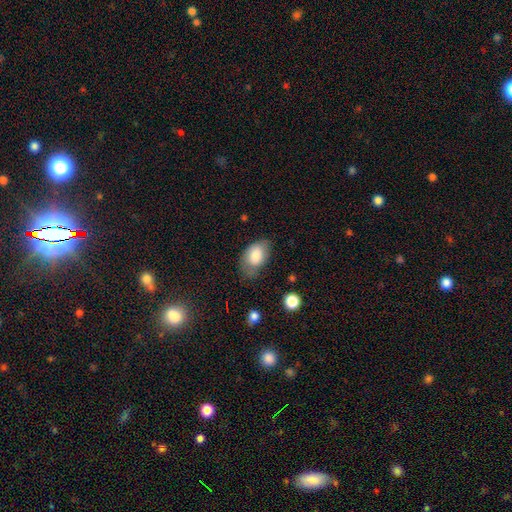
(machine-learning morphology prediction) Smooth or featured? smooth (80%)
How rounded? in between (89%)
Merging? none (55%)